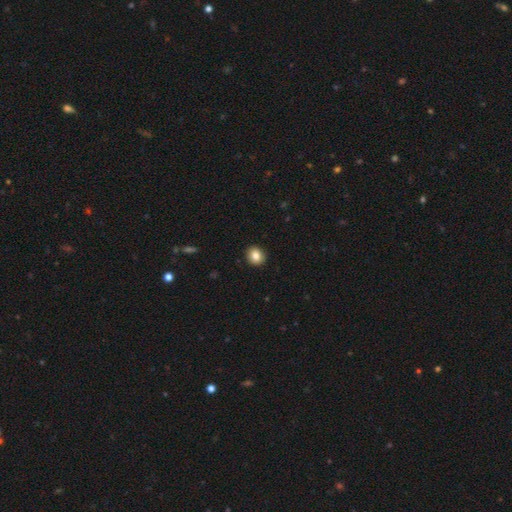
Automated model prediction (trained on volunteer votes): Smooth or featured? Predicted: smooth (p=0.85). How rounded? Predicted: round (p=0.80). Merging? Predicted: none (p=0.92).